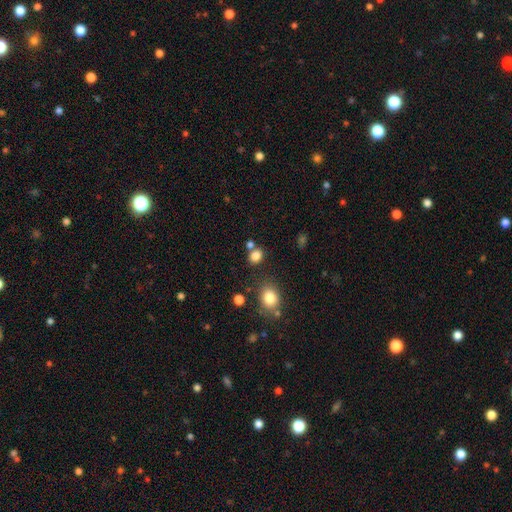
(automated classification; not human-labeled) This appears to be a smooth galaxy with no disk features (82%) that is round (53%). Merging: none (67%).